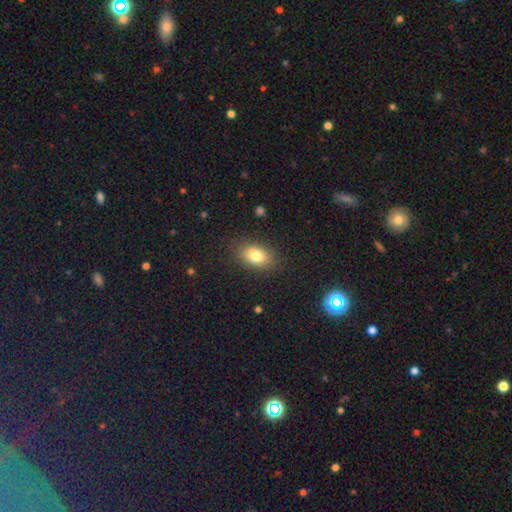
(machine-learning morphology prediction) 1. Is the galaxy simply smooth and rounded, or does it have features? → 80% smooth, 10% featured or disk, 10% star or artifact.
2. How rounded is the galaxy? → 84% in between, 14% round, 2% cigar-shaped.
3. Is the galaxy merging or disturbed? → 82% none, 12% minor disturbance, 4% major disturbance, 2% merger.